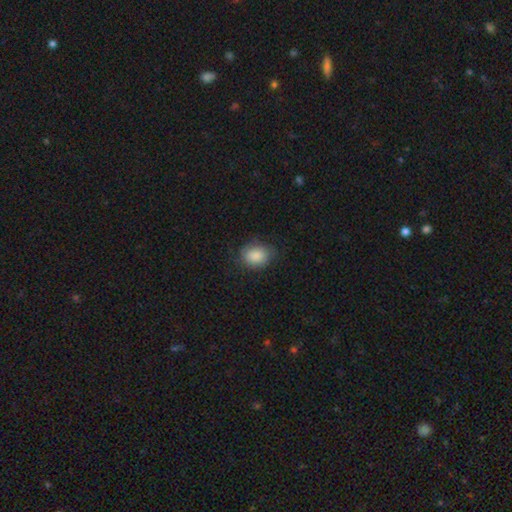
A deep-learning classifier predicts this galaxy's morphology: Smooth or featured? smooth (84%)
How rounded? in between (57%)
Merging? none (70%)